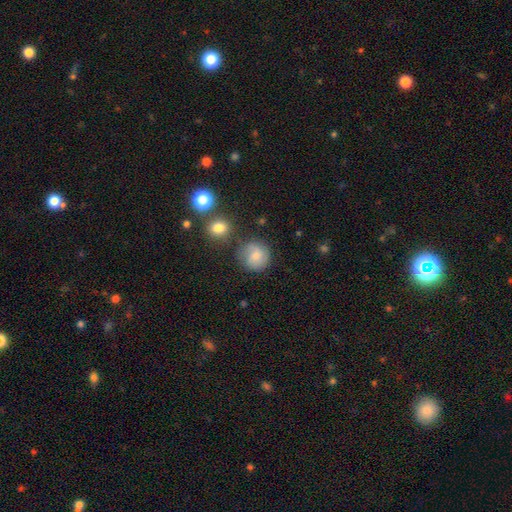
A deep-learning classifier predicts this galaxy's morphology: smooth-or-featured: smooth: 74% | featured or disk: 16% | star or artifact: 10%
  how-rounded: round: 90% | in between: 9% | cigar-shaped: 1%
  merging: none: 71% | minor disturbance: 17% | major disturbance: 6% | merger: 5%